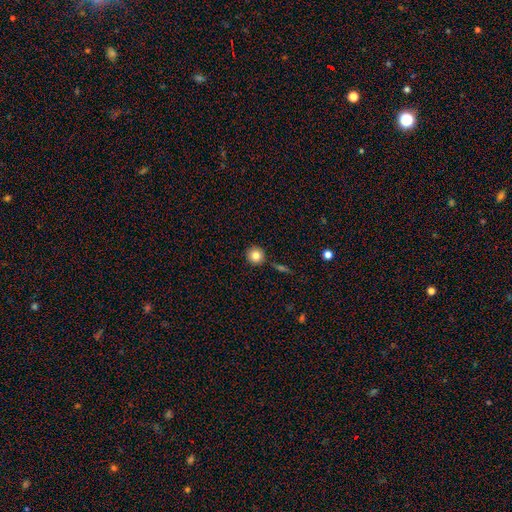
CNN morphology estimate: This appears to be a smooth galaxy with no disk features (82%) that is round (93%). Merging: none (86%).